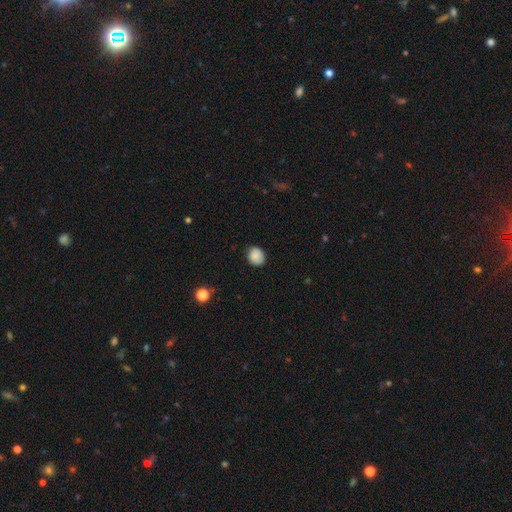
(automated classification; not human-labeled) smooth_or_featured: smooth (p=0.85) [alt: star or artifact p=0.09]
how_rounded: round (p=0.64) [alt: in between p=0.35]
merging: none (p=0.79) [alt: minor disturbance p=0.16]